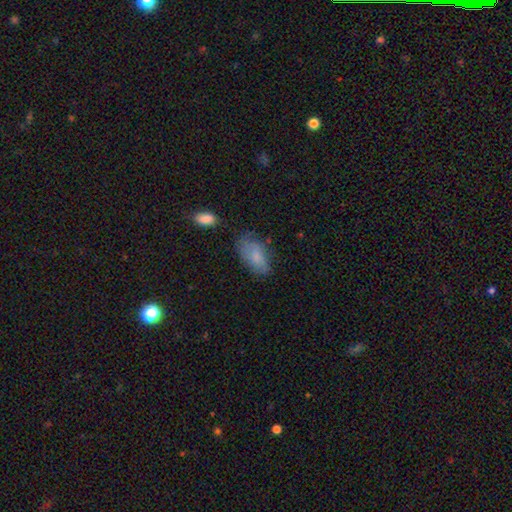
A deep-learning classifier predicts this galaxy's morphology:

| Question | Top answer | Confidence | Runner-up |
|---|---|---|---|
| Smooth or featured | smooth | 76% | featured or disk (17%) |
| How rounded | in between | 92% | cigar-shaped (5%) |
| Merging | none | 56% | minor disturbance (31%) |